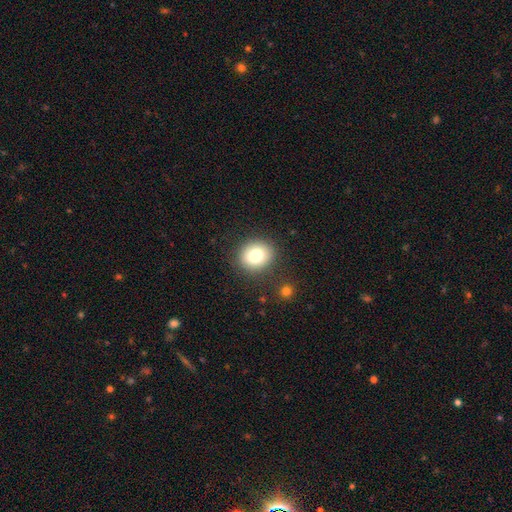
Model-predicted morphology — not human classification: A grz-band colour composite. It shows a smooth galaxy with no disk features (78%) that is round (70%). Merging: none (86%).